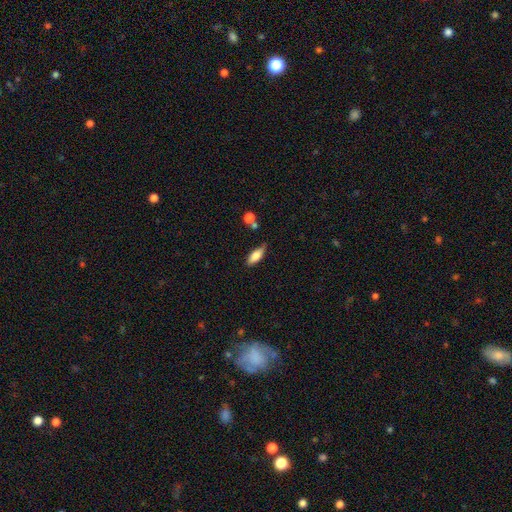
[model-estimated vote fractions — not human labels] Smooth or featured? Predicted: smooth (p=0.71). How rounded? Predicted: in between (p=0.72). Merging? Predicted: none (p=0.72).